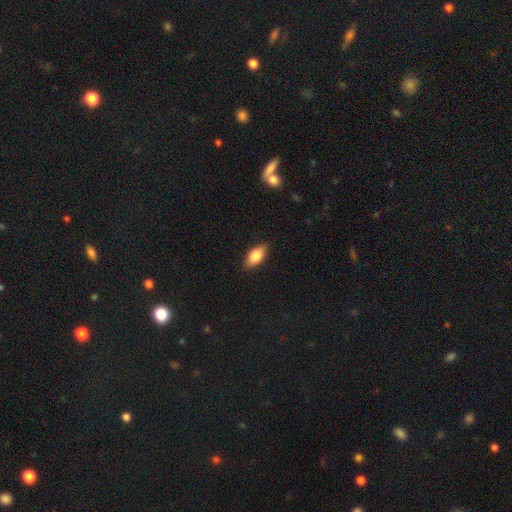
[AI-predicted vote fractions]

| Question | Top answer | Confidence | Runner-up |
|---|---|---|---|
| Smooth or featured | smooth | 80% | featured or disk (13%) |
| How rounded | in between | 89% | cigar-shaped (7%) |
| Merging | none | 86% | minor disturbance (11%) |